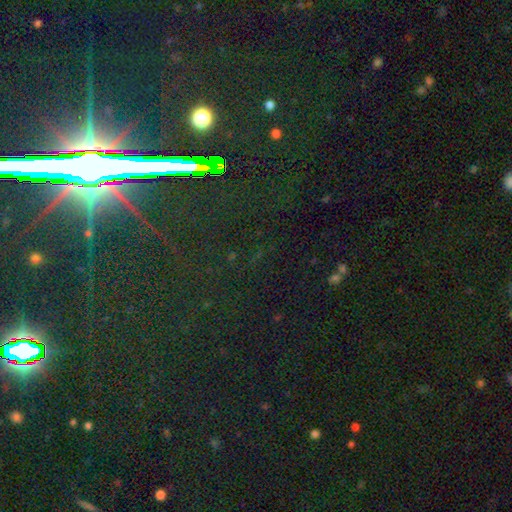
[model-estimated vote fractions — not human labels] A star or artifact, not a galaxy (77%).